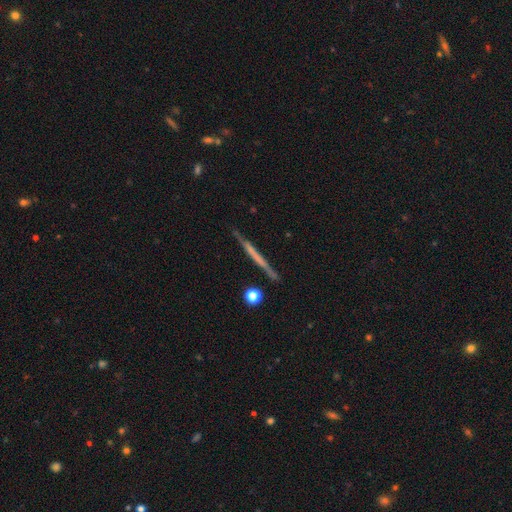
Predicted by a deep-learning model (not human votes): This is possibly a featured or disk galaxy (57%). It is clearly viewed edge-on (97%). Edge-on bulge: clearly none (87%). Merging: clearly none (88%).